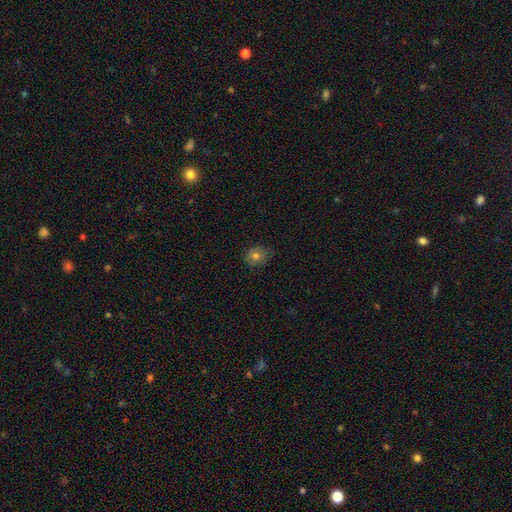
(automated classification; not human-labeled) Q: Smooth or featured?
A: smooth (72%); runner-up: featured or disk (15%)
Q: How rounded?
A: round (67%); runner-up: in between (32%)
Q: Merging?
A: none (74%); runner-up: minor disturbance (21%)